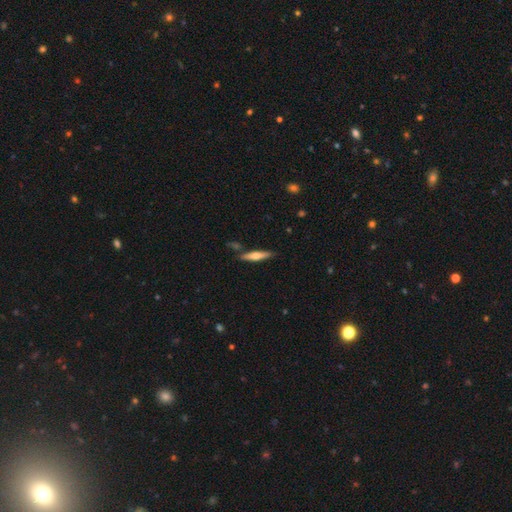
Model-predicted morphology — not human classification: type=smooth (50%); merging=none (82%).